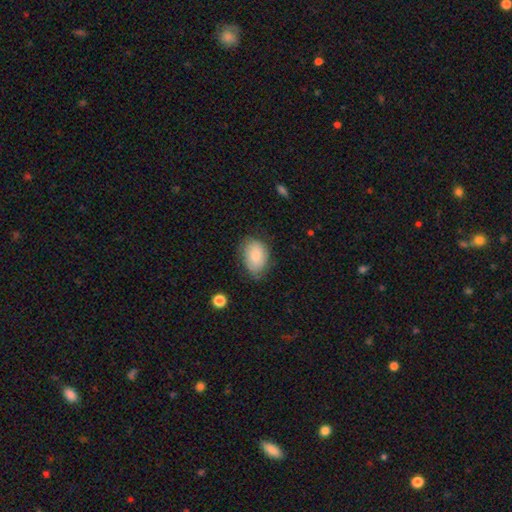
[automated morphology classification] This is likely a smooth galaxy (77%). How rounded: likely in between (77%). Merging: likely none (65%).